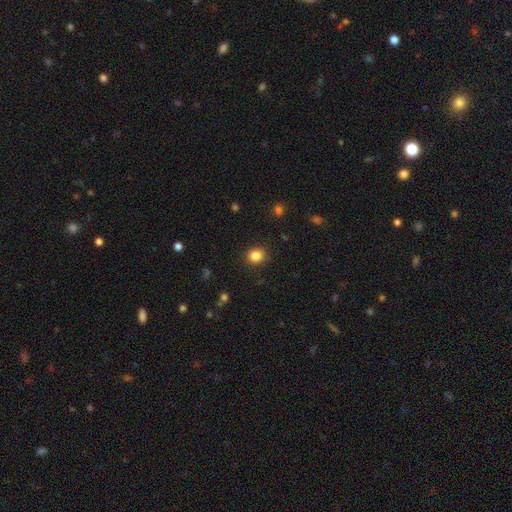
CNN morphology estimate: A smooth galaxy with no disk features (85%) that is round (79%). Merging: none (89%).